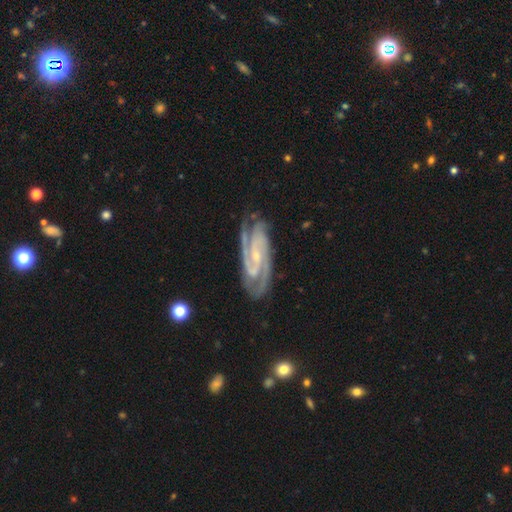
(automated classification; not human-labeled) This appears to be a featured or disk galaxy (92%) with a weak bar (38%), 2 (53%) tight (56%) spiral arms (98%) and a small central bulge (76%). Merging: none (78%).